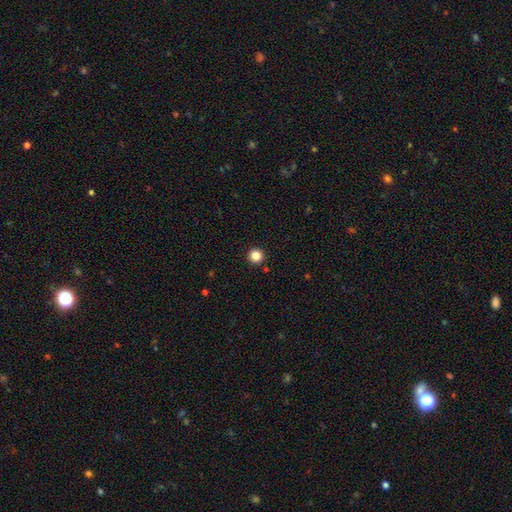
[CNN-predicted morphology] This appears to be a smooth galaxy with no disk features (85%) that is round (96%). Merging: none (93%).